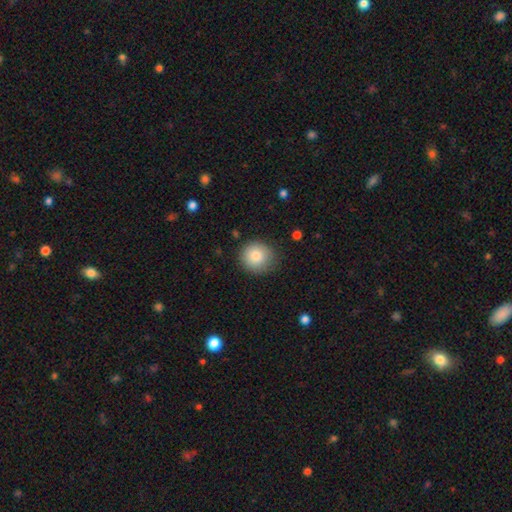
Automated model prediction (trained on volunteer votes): Smooth or featured: smooth — 84% (star or artifact — 9%)
How rounded: round — 89% (in between — 10%)
Merging: none — 82% (minor disturbance — 14%)